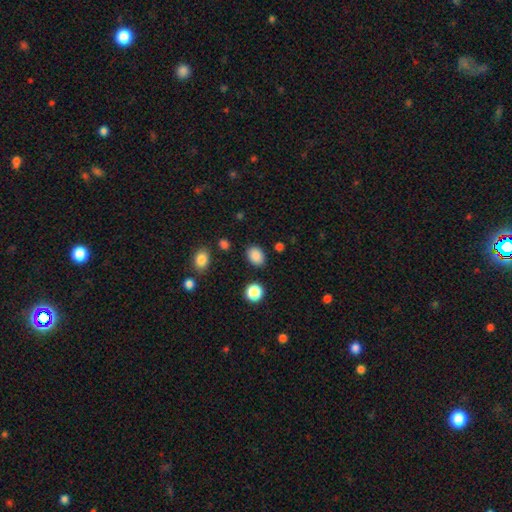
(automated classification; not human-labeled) A smooth galaxy with no disk features (86%) that is in between round and cigar-shaped (68%). Merging: none (85%).